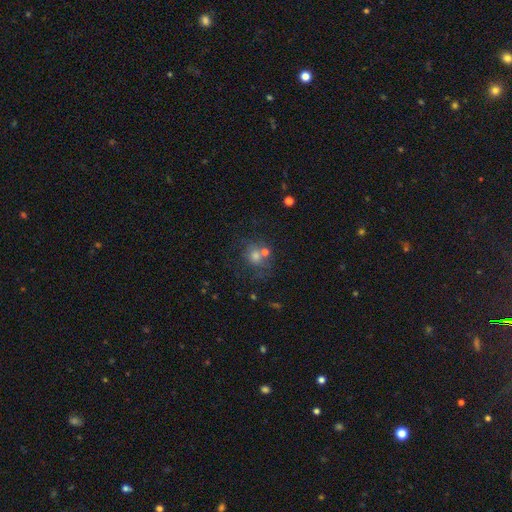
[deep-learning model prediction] Q: Smooth or featured?
A: smooth (50%); runner-up: star or artifact (26%)
Q: Merging?
A: none (53%); runner-up: merger (22%)